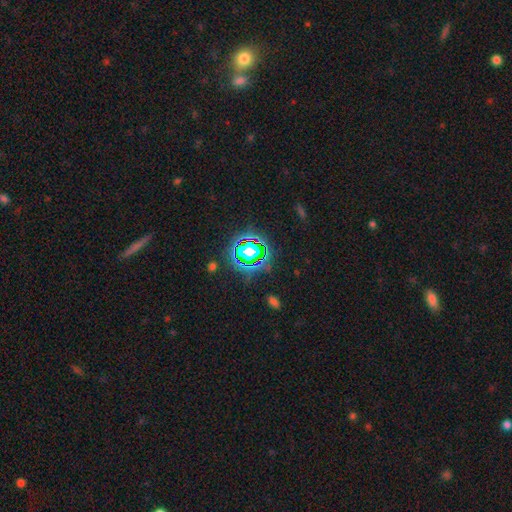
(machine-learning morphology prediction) The model was most divided on "smooth or featured": star or artifact: 77%, smooth: 14%, featured or disk: 8%.